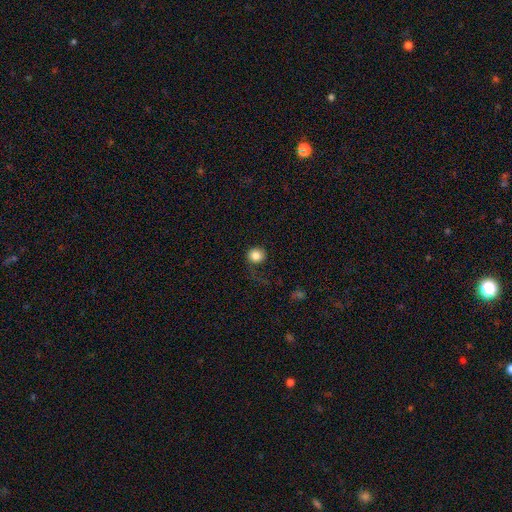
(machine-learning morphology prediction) This appears to be a smooth galaxy with no disk features (83%) that is round (88%). Merging: none (64%).